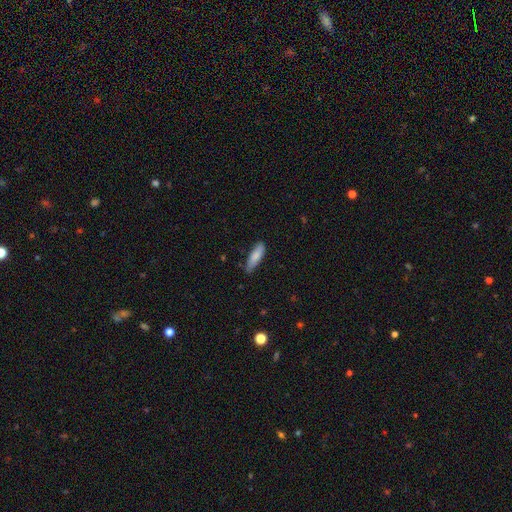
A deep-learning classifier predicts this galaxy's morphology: Smooth or featured? Predicted: smooth (p=0.83). How rounded? Predicted: cigar-shaped (p=0.57). Merging? Predicted: none (p=0.75).